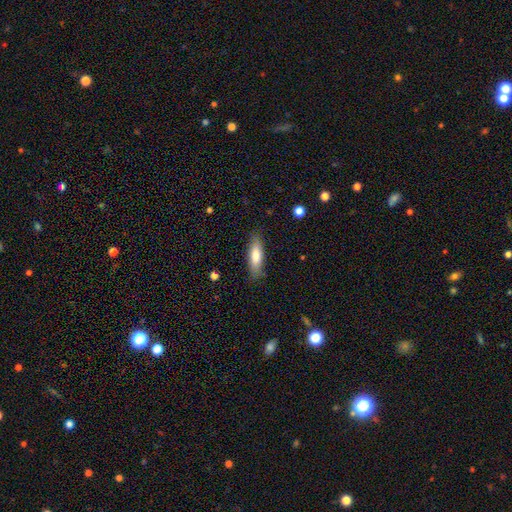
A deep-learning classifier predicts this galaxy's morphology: type=smooth (76%); roundness=cigar-shaped (54%); merging=none (84%).